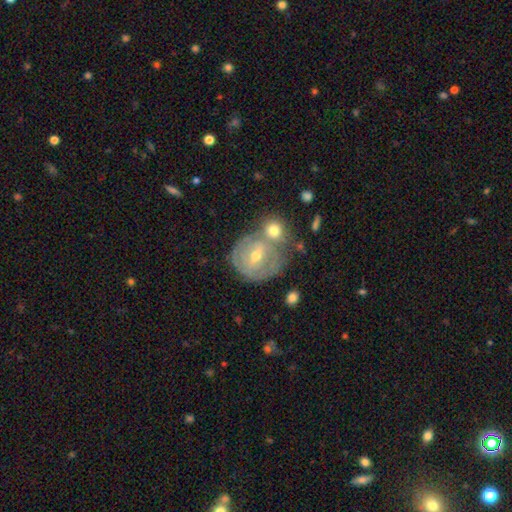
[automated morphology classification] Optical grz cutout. It shows a featured or disk galaxy (65%) with a weak bar (50%), spiral arms (68%) and a moderate central bulge (56%). Merging: none (44%).